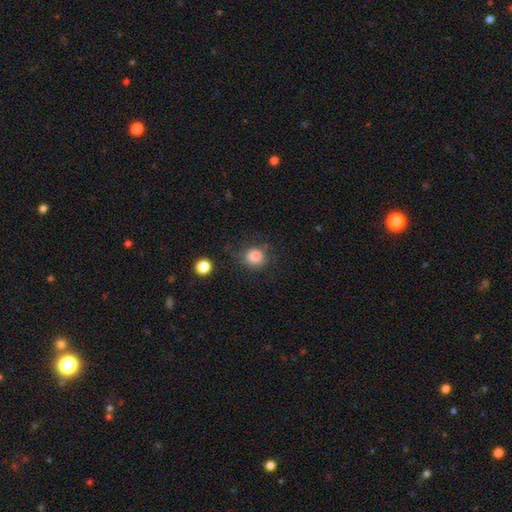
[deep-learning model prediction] Smooth or featured? smooth (83%)
How rounded? round (82%)
Merging? none (77%)